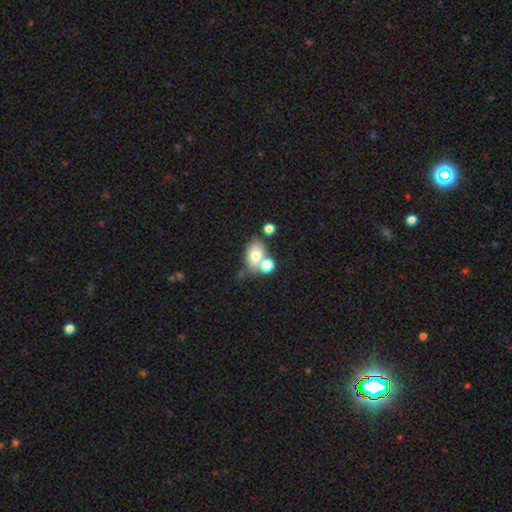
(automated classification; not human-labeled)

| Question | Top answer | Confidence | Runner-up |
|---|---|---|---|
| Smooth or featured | smooth | 72% | featured or disk (17%) |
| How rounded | in between | 73% | round (26%) |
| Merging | merger | 43% | none (39%) |